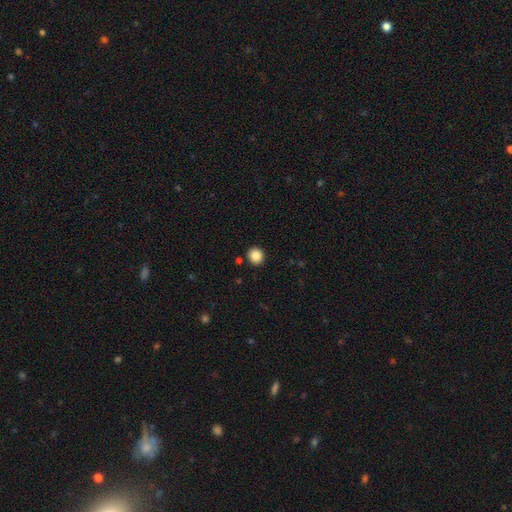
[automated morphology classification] Smooth or featured: smooth — 86% (star or artifact — 10%)
How rounded: round — 91% (in between — 8%)
Merging: none — 91% (minor disturbance — 5%)